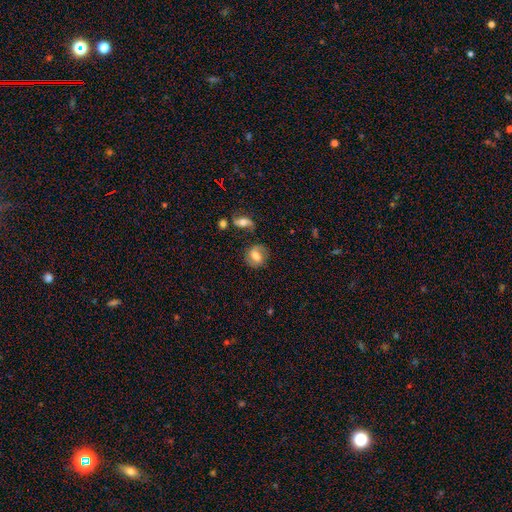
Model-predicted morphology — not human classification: The model was most divided on "smooth or featured": smooth: 51%, featured or disk: 40%, star or artifact: 9%. More confident: merging — none (71%); how rounded — round (62%).